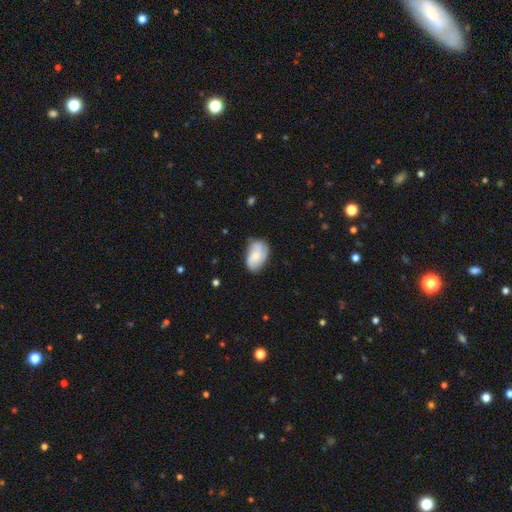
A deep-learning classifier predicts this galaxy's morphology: Smooth or featured?
  - smooth: 52% *
  - featured or disk: 41%
  - star or artifact: 7%
How rounded?
  - in between: 88% *
  - round: 10%
  - cigar-shaped: 2%
Merging?
  - none: 62% *
  - minor disturbance: 29%
  - major disturbance: 7%
  - merger: 2%